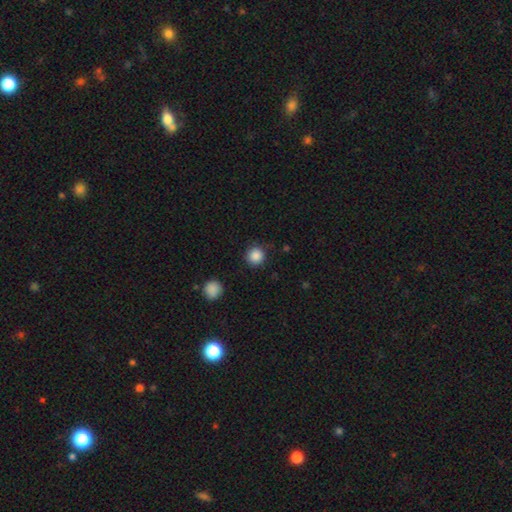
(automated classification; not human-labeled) A smooth galaxy with no disk features (87%) that is round (94%). Merging: none (89%).